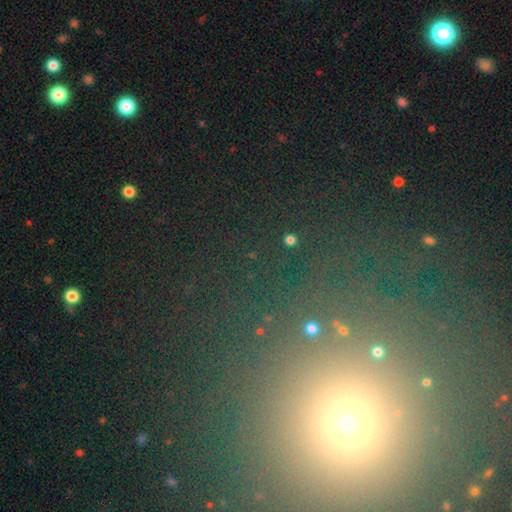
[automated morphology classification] smooth_or_featured: star or artifact (p=0.62) [alt: smooth p=0.24]